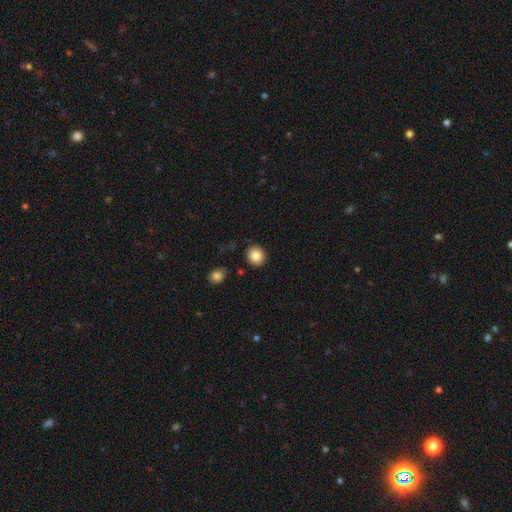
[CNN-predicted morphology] Smooth or featured?
  - smooth: 84% *
  - star or artifact: 9%
  - featured or disk: 7%
How rounded?
  - round: 88% *
  - in between: 11%
  - cigar-shaped: 1%
Merging?
  - none: 90% *
  - minor disturbance: 6%
  - merger: 2%
  - major disturbance: 2%